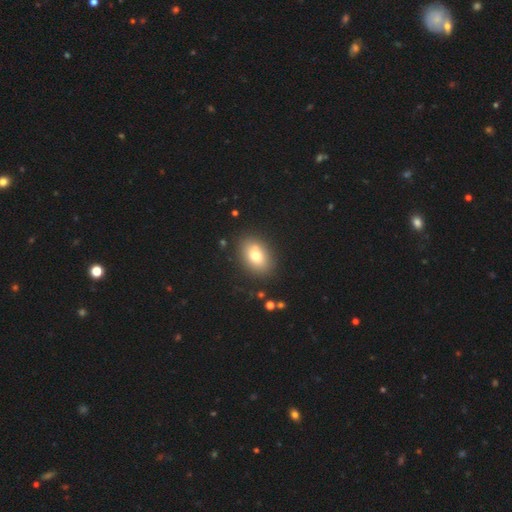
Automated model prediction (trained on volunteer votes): Smooth or featured? Predicted: smooth (p=0.75). How rounded? Predicted: in between (p=0.80). Merging? Predicted: none (p=0.85).